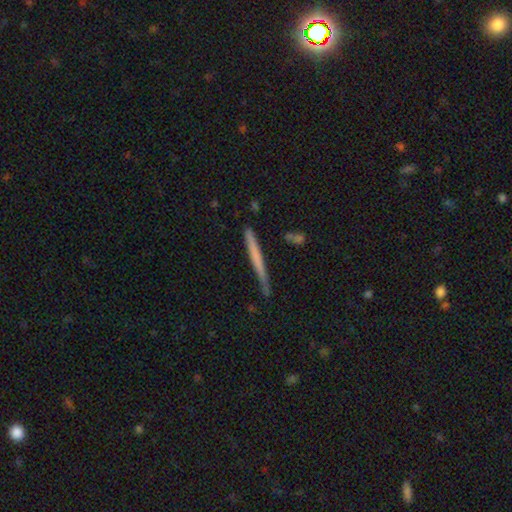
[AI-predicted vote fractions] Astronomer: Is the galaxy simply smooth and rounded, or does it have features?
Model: smooth — 57% (runner-up: featured or disk, 37%).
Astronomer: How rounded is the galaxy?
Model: cigar-shaped — 97%.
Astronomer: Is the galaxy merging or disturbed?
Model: none — 78%.